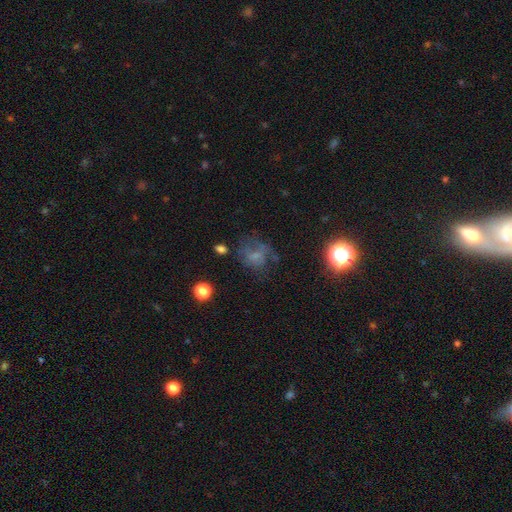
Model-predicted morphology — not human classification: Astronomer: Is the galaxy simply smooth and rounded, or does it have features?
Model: smooth — 46% (runner-up: featured or disk, 33%).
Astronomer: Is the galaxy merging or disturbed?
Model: none — 45% (runner-up: major disturbance, 29%).